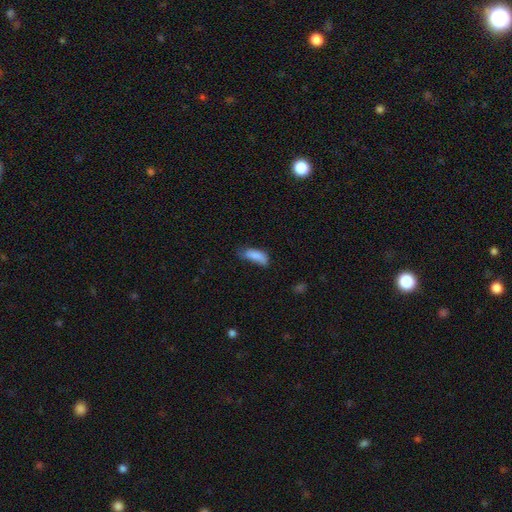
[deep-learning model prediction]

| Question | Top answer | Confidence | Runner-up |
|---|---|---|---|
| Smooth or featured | smooth | 83% | featured or disk (9%) |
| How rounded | in between | 72% | cigar-shaped (26%) |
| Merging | none | 40% | minor disturbance (38%) |